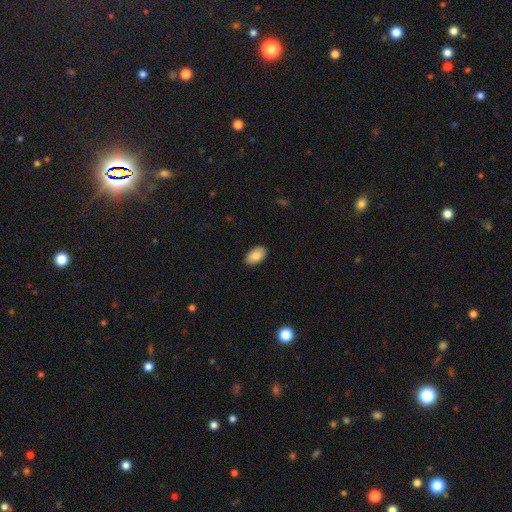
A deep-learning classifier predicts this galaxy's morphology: This is clearly a smooth galaxy (86%). How rounded: clearly in between (94%). Merging: clearly none (87%).